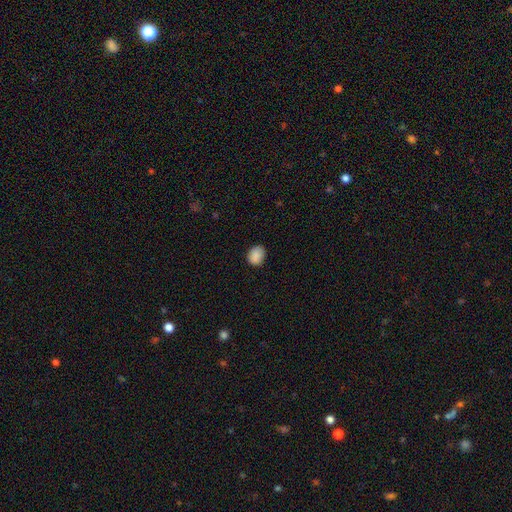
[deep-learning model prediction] Smooth or featured?
  - smooth: 89% *
  - star or artifact: 8%
  - featured or disk: 3%
How rounded?
  - round: 52% *
  - in between: 48%
  - cigar-shaped: 1%
Merging?
  - none: 83% *
  - minor disturbance: 13%
  - major disturbance: 2%
  - merger: 1%